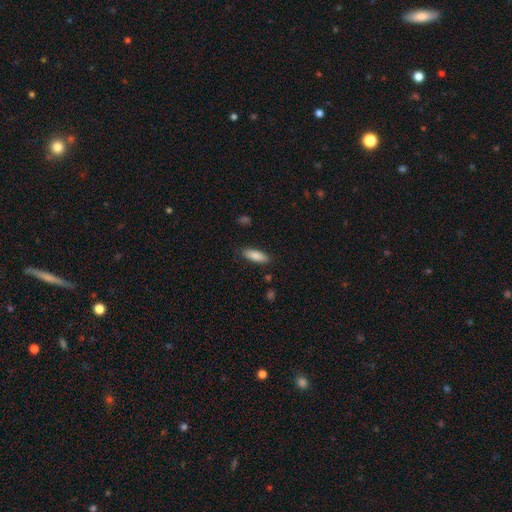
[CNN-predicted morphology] Q: Smooth or featured?
A: smooth (85%); runner-up: featured or disk (8%)
Q: How rounded?
A: in between (59%); runner-up: cigar-shaped (39%)
Q: Merging?
A: none (86%); runner-up: minor disturbance (10%)